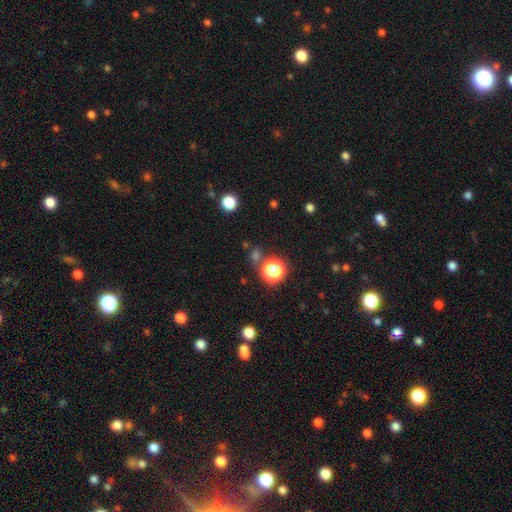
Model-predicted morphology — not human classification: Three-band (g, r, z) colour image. It shows a star or artifact, not a galaxy (52%).